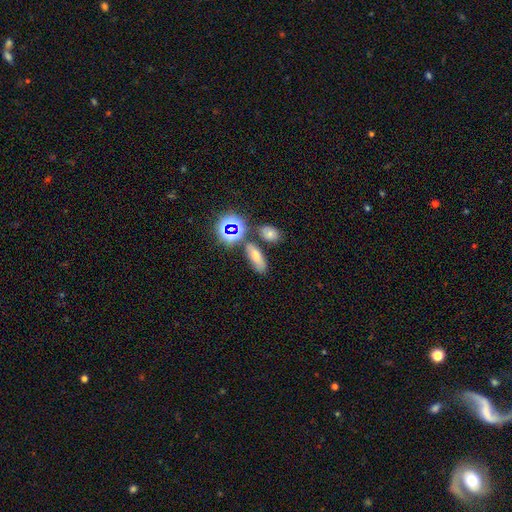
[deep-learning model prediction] Morphology: type=smooth (64%); roundness=in between (70%); merging=none (69%).